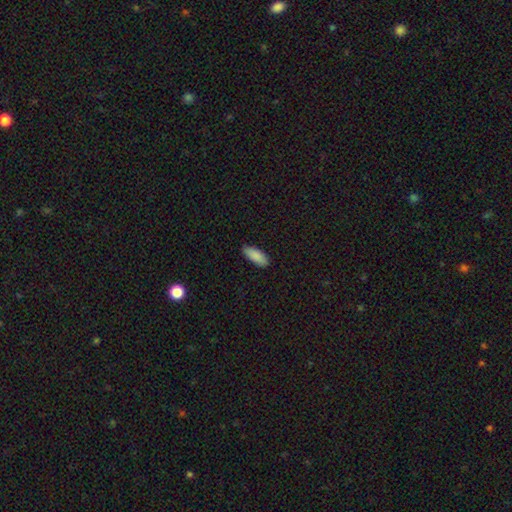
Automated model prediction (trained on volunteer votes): Smooth or featured? Predicted: smooth (p=0.89). How rounded? Predicted: in between (p=0.81). Merging? Predicted: none (p=0.84).